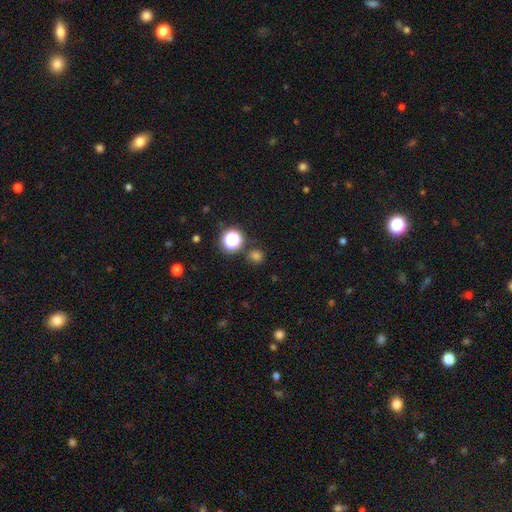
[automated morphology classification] Q: Smooth or featured?
A: smooth (71%); runner-up: star or artifact (24%)
Q: How rounded?
A: round (89%); runner-up: in between (10%)
Q: Merging?
A: none (83%); runner-up: minor disturbance (8%)